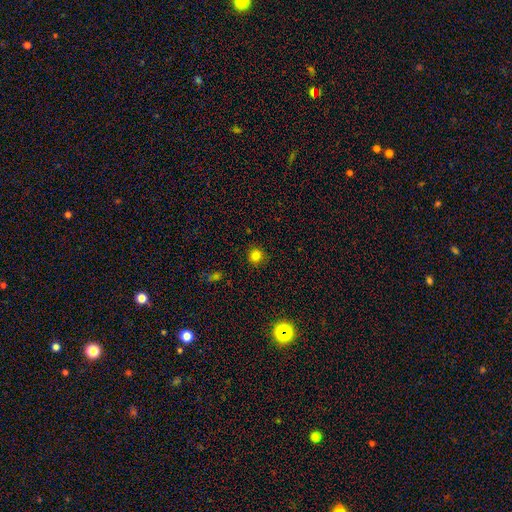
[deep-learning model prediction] smooth-or-featured: smooth: 81% | star or artifact: 15% | featured or disk: 5%
  how-rounded: round: 91% | in between: 8% | cigar-shaped: 1%
  merging: none: 89% | minor disturbance: 7% | major disturbance: 2% | merger: 1%